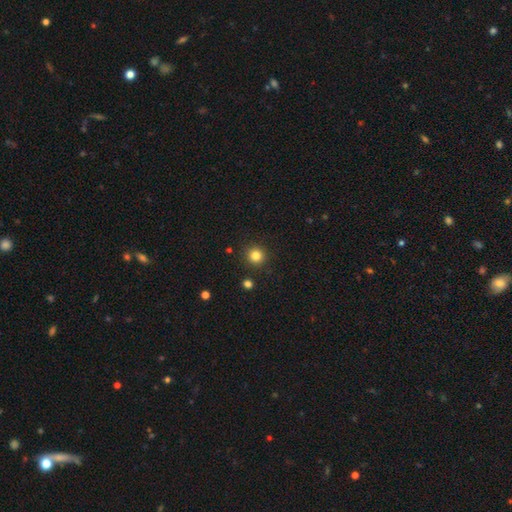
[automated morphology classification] Q: Smooth or featured?
A: smooth (83%); runner-up: star or artifact (13%)
Q: How rounded?
A: round (95%); runner-up: in between (4%)
Q: Merging?
A: none (91%); runner-up: minor disturbance (5%)